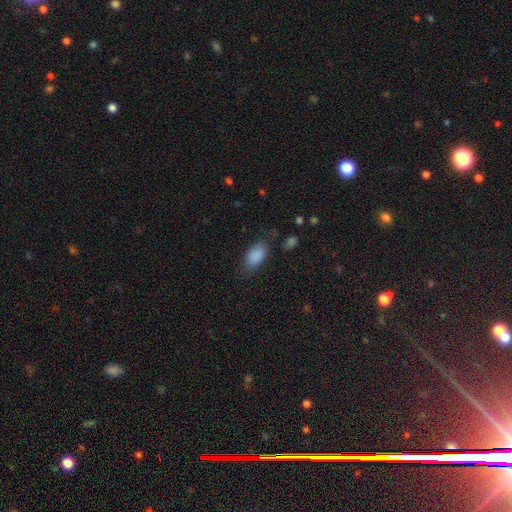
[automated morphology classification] This appears to be a smooth galaxy with no disk features (88%) that is in between round and cigar-shaped (92%). Merging: none (73%).